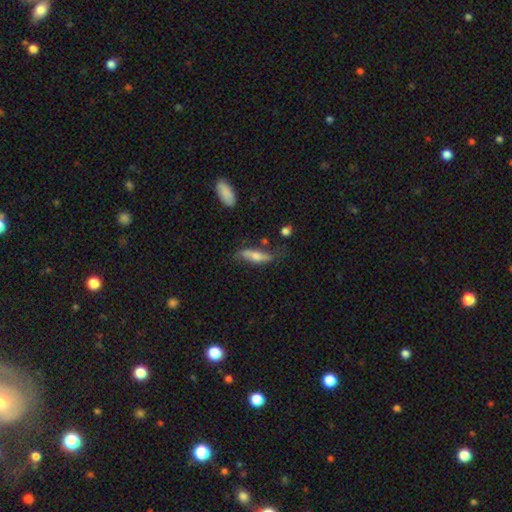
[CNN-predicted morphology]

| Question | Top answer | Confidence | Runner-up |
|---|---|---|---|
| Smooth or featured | smooth | 49% | featured or disk (44%) |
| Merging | none | 56% | minor disturbance (28%) |